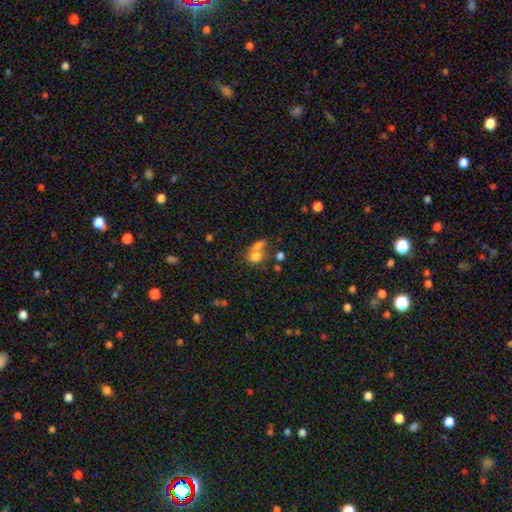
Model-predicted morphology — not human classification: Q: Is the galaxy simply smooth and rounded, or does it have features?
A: smooth — 73%.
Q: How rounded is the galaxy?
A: round — 55%.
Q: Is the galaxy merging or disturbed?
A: merger — 55%.